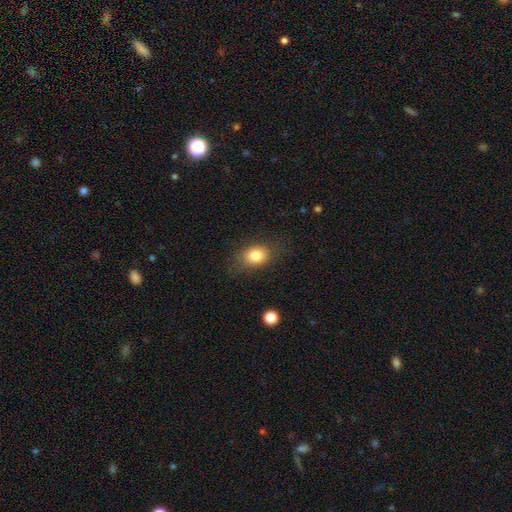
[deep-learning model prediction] This is clearly a smooth galaxy (81%). How rounded: possibly in between (60%). Merging: likely none (77%).